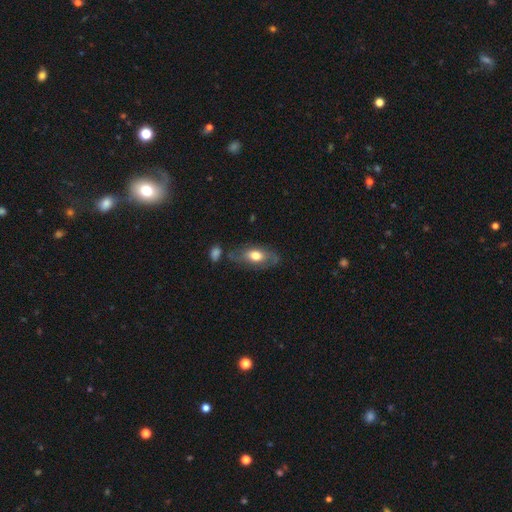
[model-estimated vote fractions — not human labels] smooth 58%, featured or disk 36%, star or artifact 7%. Down the decision tree: how rounded — in between (85%); merging — none (64%).